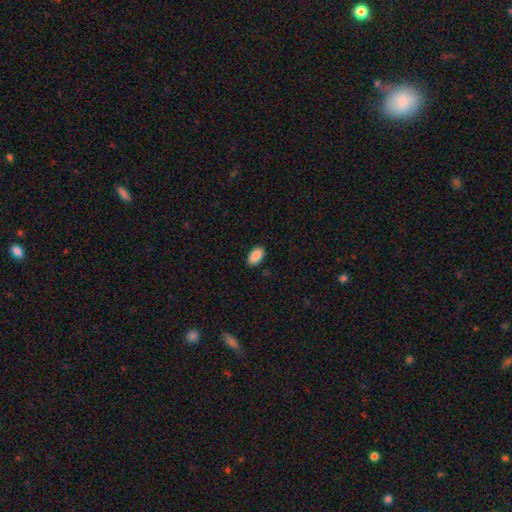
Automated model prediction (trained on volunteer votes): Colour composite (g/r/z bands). It shows a smooth galaxy with no disk features (89%) that is in between round and cigar-shaped (95%). Merging: none (89%).